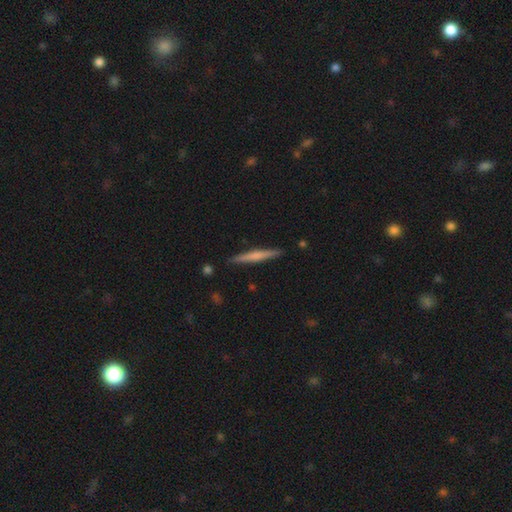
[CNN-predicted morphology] The model was most divided on "smooth or featured": smooth: 49%, featured or disk: 46%, star or artifact: 5%. More confident: merging — none (90%).